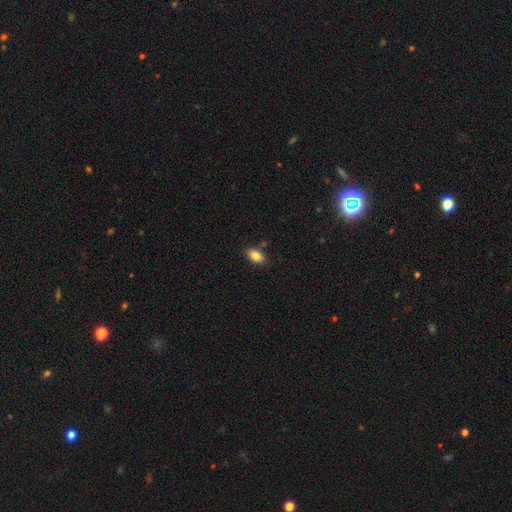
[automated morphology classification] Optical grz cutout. It shows a smooth galaxy with no disk features (84%) that is in between round and cigar-shaped (89%). Merging: none (81%).